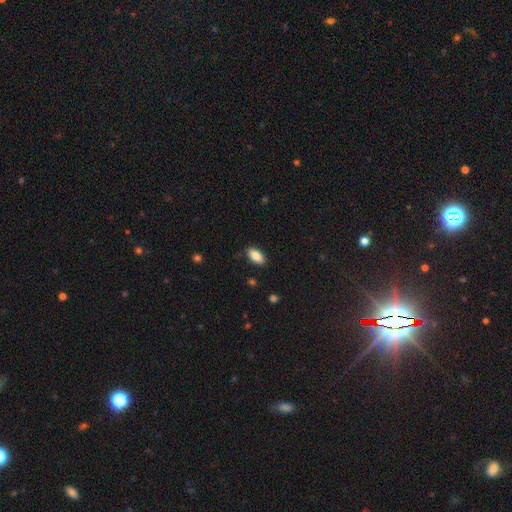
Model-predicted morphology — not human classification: smooth_or_featured: smooth (p=0.86) [alt: star or artifact p=0.07]
how_rounded: in between (p=0.91) [alt: cigar-shaped p=0.06]
merging: none (p=0.85) [alt: minor disturbance p=0.12]